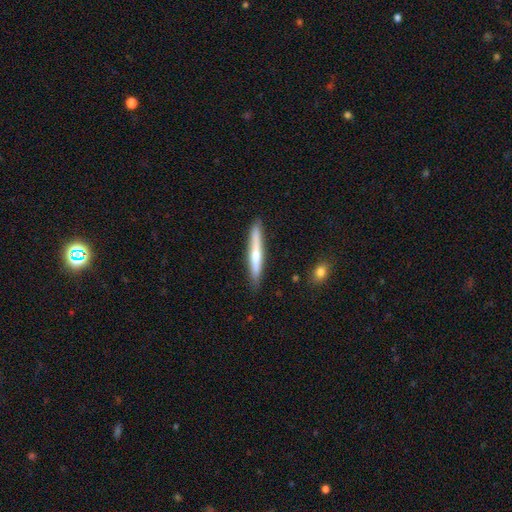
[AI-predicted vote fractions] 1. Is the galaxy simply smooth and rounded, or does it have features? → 51% featured or disk, 43% smooth, 6% star or artifact.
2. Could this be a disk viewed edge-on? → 95% yes, 5% no.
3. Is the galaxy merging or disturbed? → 87% none, 10% minor disturbance, 2% major disturbance, 2% merger.